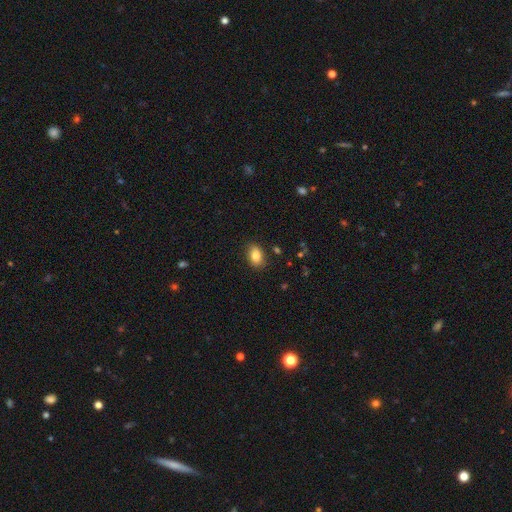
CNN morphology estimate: Smooth or featured? Predicted: smooth (p=0.85). How rounded? Predicted: in between (p=0.87). Merging? Predicted: none (p=0.86).